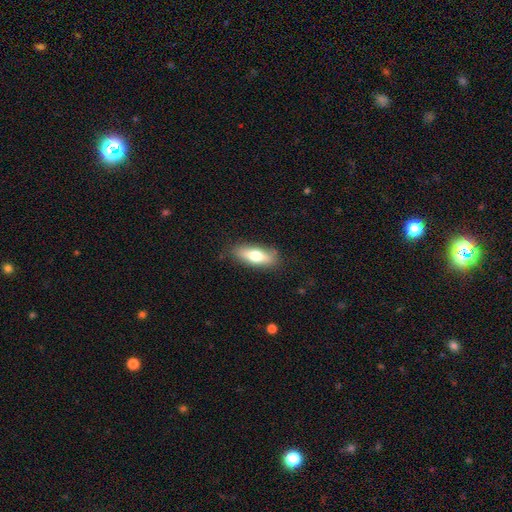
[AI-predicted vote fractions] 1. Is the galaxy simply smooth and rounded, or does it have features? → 64% smooth, 29% featured or disk, 7% star or artifact.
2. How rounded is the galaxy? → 62% in between, 35% cigar-shaped, 3% round.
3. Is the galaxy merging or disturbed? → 84% none, 12% minor disturbance, 3% major disturbance, 1% merger.